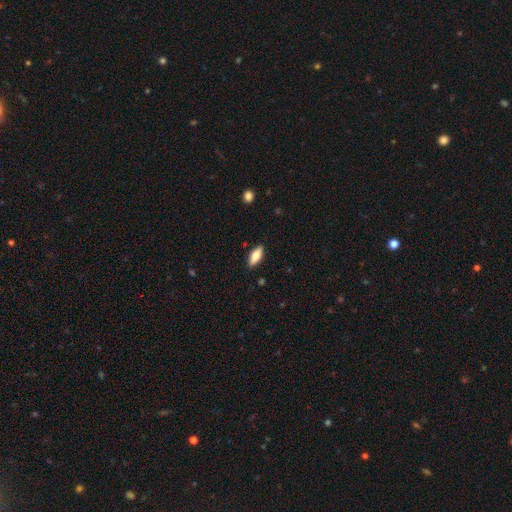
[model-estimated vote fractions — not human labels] Smooth or featured?
  - smooth: 71% *
  - featured or disk: 23%
  - star or artifact: 6%
How rounded?
  - in between: 77% *
  - cigar-shaped: 21%
  - round: 3%
Merging?
  - none: 88% *
  - minor disturbance: 9%
  - major disturbance: 2%
  - merger: 1%